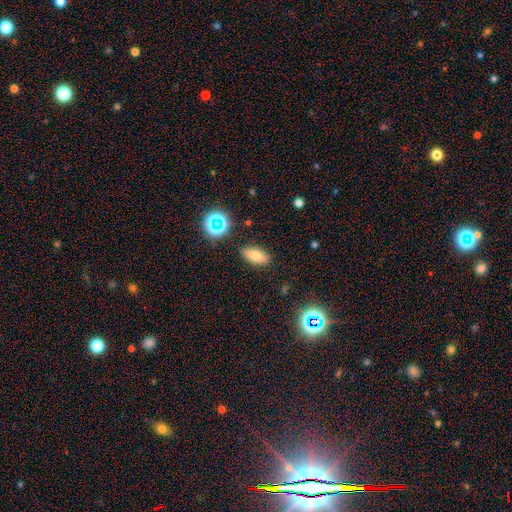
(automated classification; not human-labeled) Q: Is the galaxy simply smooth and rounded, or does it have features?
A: smooth — 74%.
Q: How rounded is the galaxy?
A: in between — 85%.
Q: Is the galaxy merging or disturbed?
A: none — 86%.